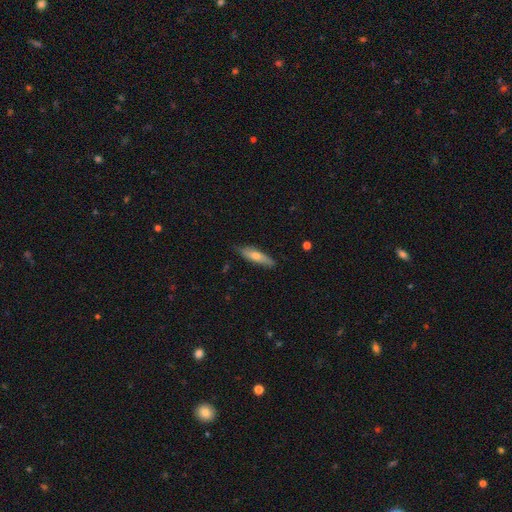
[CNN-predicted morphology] Q: Smooth or featured?
A: smooth (60%); runner-up: featured or disk (34%)
Q: How rounded?
A: cigar-shaped (68%); runner-up: in between (30%)
Q: Merging?
A: none (79%); runner-up: minor disturbance (17%)